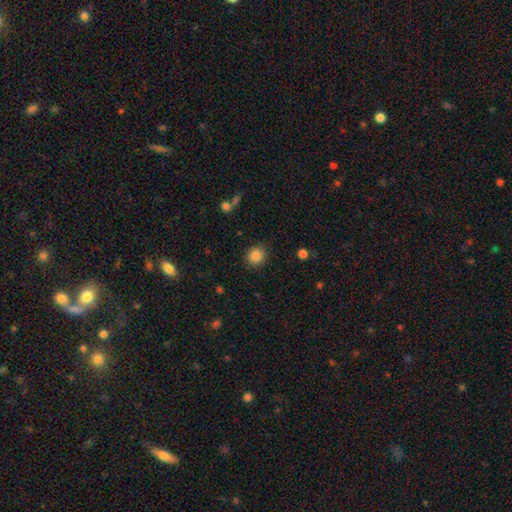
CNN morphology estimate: Smooth or featured: smooth — 85% (star or artifact — 10%)
How rounded: round — 88% (in between — 11%)
Merging: none — 89% (minor disturbance — 7%)